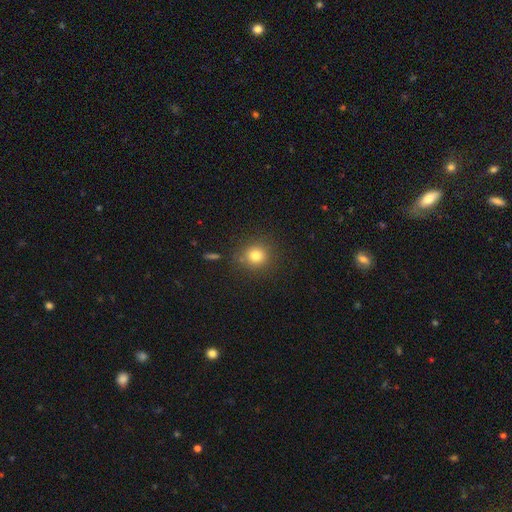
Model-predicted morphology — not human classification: Smooth or featured? Predicted: smooth (p=0.80). How rounded? Predicted: round (p=0.87). Merging? Predicted: none (p=0.83).